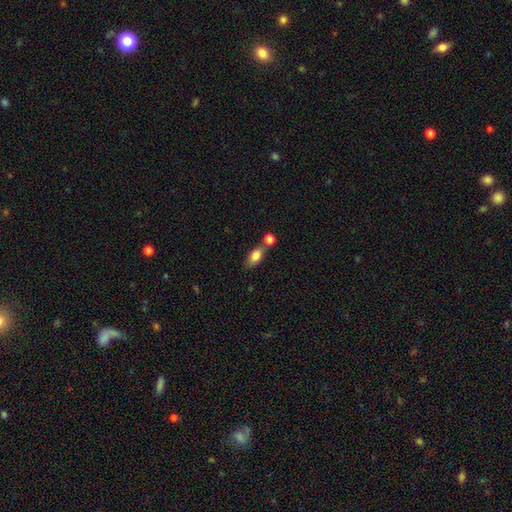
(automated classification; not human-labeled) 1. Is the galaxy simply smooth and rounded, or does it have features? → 81% smooth, 11% featured or disk, 8% star or artifact.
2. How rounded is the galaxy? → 82% in between, 10% round, 7% cigar-shaped.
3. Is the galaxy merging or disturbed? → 50% none, 33% merger, 12% minor disturbance, 4% major disturbance.